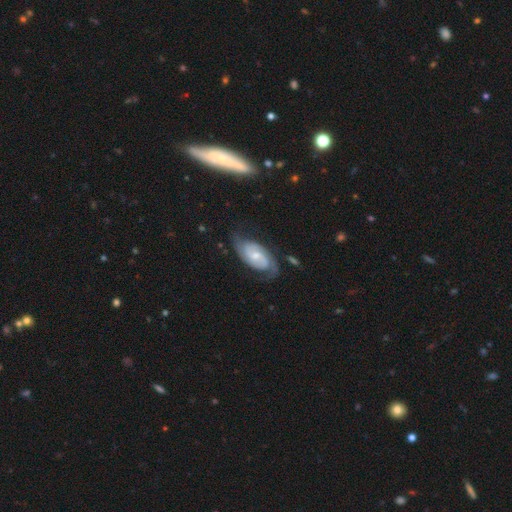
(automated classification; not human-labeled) Smooth or featured? Predicted: featured or disk (p=0.83). Edge-on disk? Predicted: no (p=0.96). Bar? Predicted: no (p=0.50). Spiral arms? Predicted: yes (p=0.96). Spiral winding? Predicted: tight (p=0.47). Spiral arm count? Predicted: 2 (p=0.84). Bulge size? Predicted: small (p=0.50). Merging? Predicted: none (p=0.68).